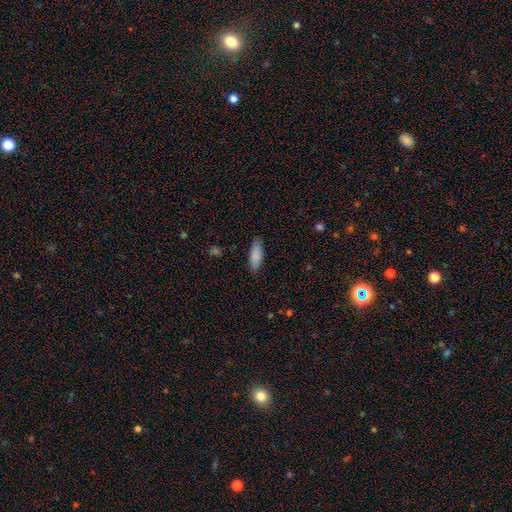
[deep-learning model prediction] This appears to be a smooth galaxy with no disk features (87%) that is in between round and cigar-shaped (66%). Merging: none (85%).